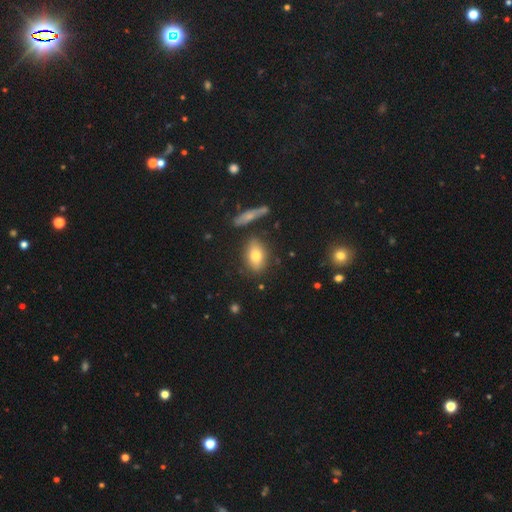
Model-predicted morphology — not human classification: Smooth or featured: smooth — 73% (featured or disk — 18%)
How rounded: in between — 80% (round — 14%)
Merging: none — 80% (minor disturbance — 12%)